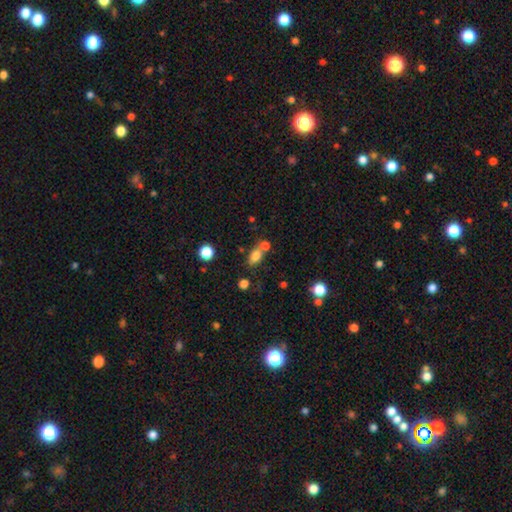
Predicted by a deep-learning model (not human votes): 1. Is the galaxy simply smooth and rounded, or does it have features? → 79% smooth, 12% star or artifact, 9% featured or disk.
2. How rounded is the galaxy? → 73% in between, 24% round, 3% cigar-shaped.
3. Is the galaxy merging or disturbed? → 52% none, 31% merger, 13% minor disturbance, 5% major disturbance.